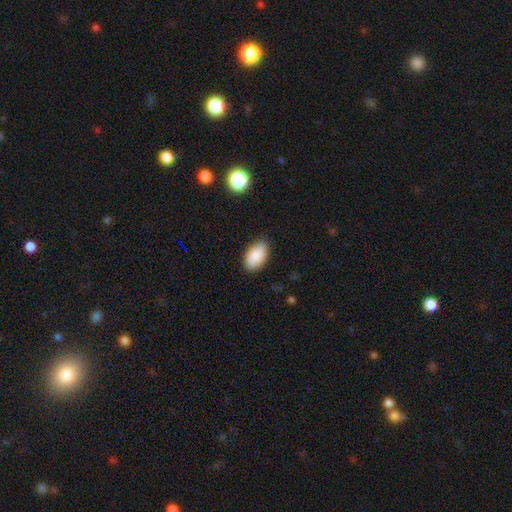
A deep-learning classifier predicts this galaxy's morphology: smooth_or_featured: smooth (p=0.89) [alt: star or artifact p=0.07]
how_rounded: in between (p=0.94) [alt: round p=0.04]
merging: none (p=0.85) [alt: minor disturbance p=0.11]